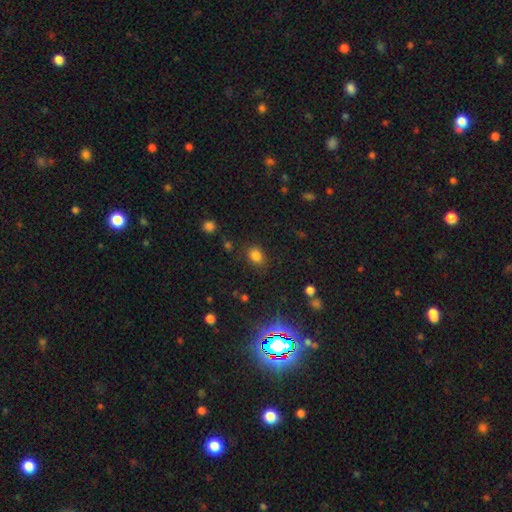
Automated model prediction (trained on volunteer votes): This is likely a smooth galaxy (80%). How rounded: possibly in between (55%). Merging: likely none (76%).